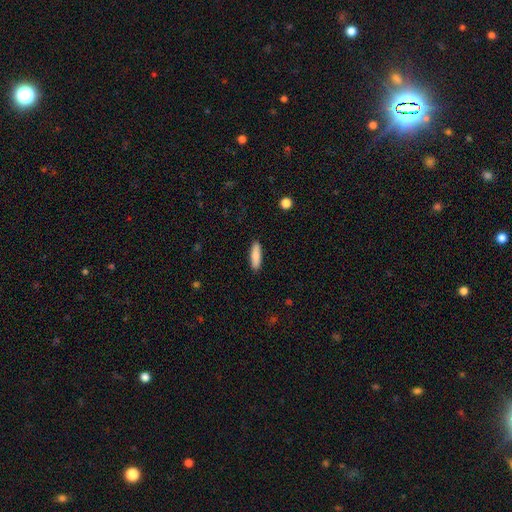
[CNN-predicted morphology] smooth 84%, featured or disk 10%, star or artifact 6%. Down the decision tree: how rounded — cigar-shaped (61%); merging — none (89%).